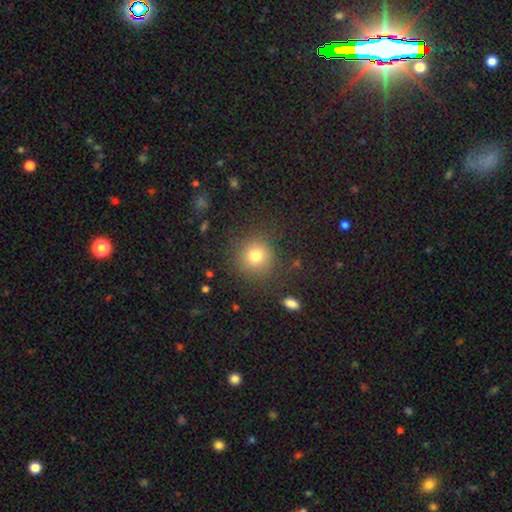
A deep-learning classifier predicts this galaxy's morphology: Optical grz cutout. It shows a smooth galaxy with no disk features (78%) that is round (90%). Merging: none (85%).